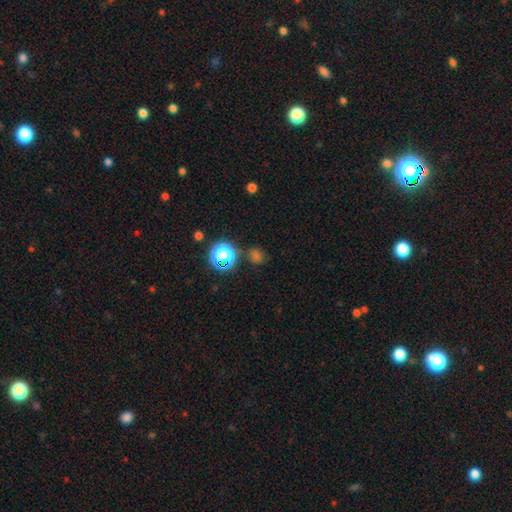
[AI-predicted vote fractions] Smooth or featured? Predicted: smooth (p=0.48). Merging? Predicted: none (p=0.81).